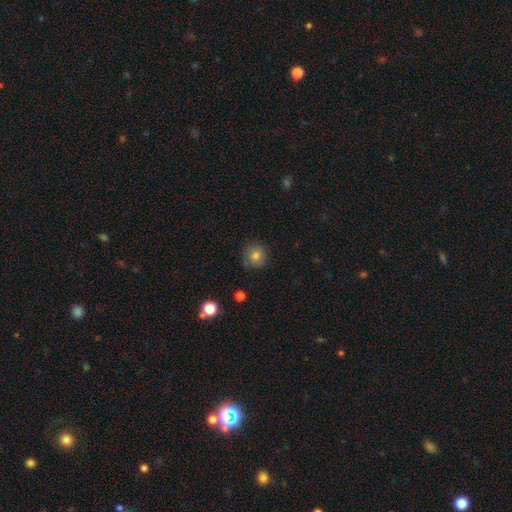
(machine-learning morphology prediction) Smooth or featured? Predicted: smooth (p=0.77). How rounded? Predicted: round (p=0.88). Merging? Predicted: none (p=0.78).